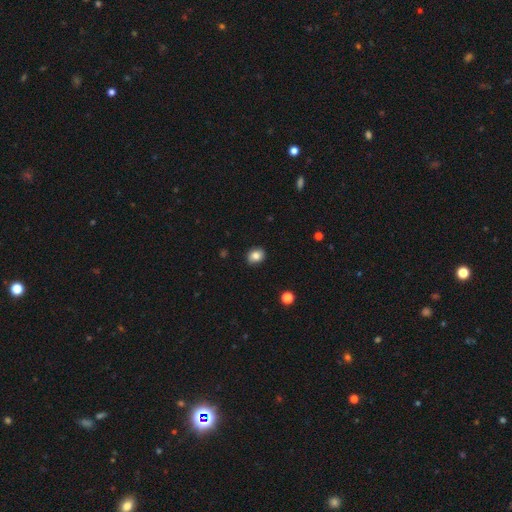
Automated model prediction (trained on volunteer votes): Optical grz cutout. It shows a smooth galaxy with no disk features (84%) that is round (50%). Merging: none (88%).